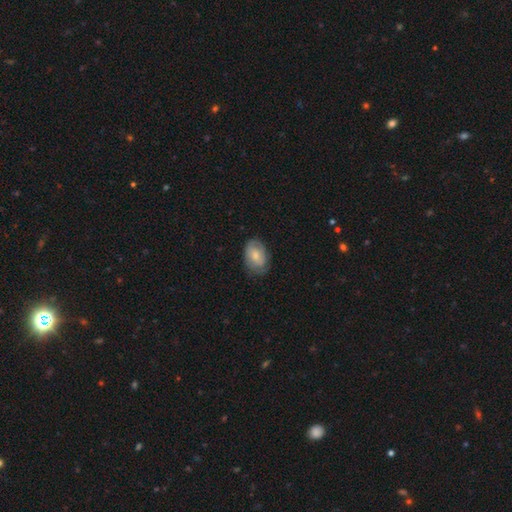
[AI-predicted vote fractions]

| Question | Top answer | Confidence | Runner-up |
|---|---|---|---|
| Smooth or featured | smooth | 67% | featured or disk (26%) |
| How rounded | in between | 84% | round (14%) |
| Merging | none | 69% | minor disturbance (24%) |